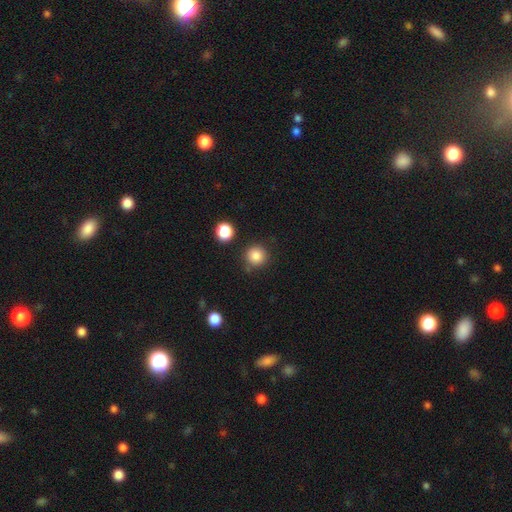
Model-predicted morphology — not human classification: type=smooth (85%); roundness=round (93%); merging=none (83%).